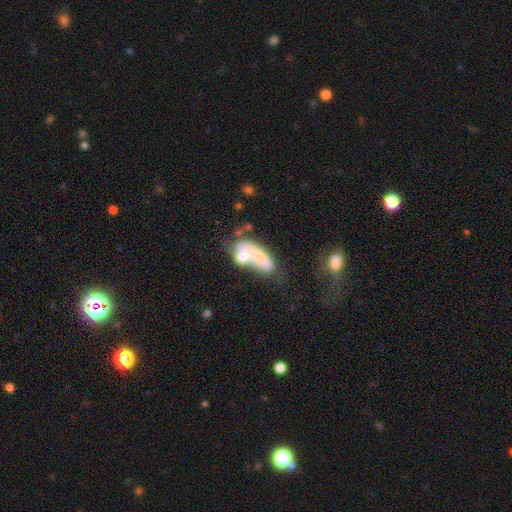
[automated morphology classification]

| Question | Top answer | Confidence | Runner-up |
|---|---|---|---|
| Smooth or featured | featured or disk | 47% | smooth (45%) |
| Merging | merger | 56% | none (18%) |